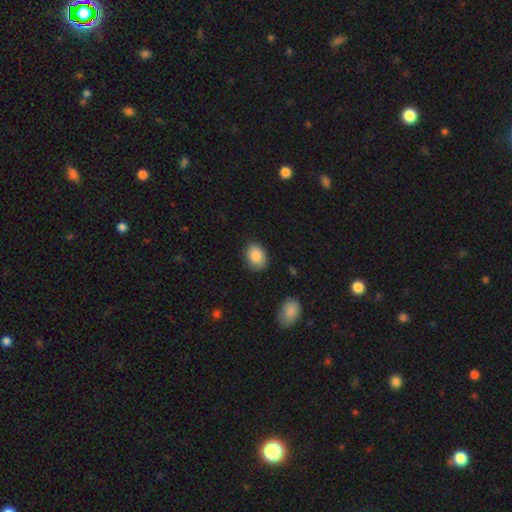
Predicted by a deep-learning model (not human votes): Q: Smooth or featured?
A: smooth (87%); runner-up: star or artifact (7%)
Q: How rounded?
A: in between (72%); runner-up: round (27%)
Q: Merging?
A: none (83%); runner-up: minor disturbance (13%)